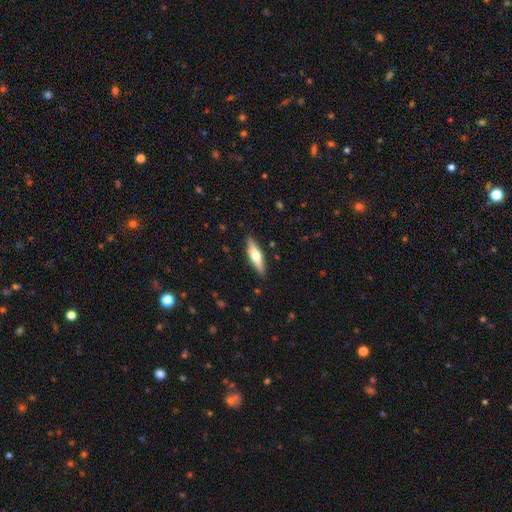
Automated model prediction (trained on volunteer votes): Smooth or featured? Predicted: smooth (p=0.48). Merging? Predicted: none (p=0.88).